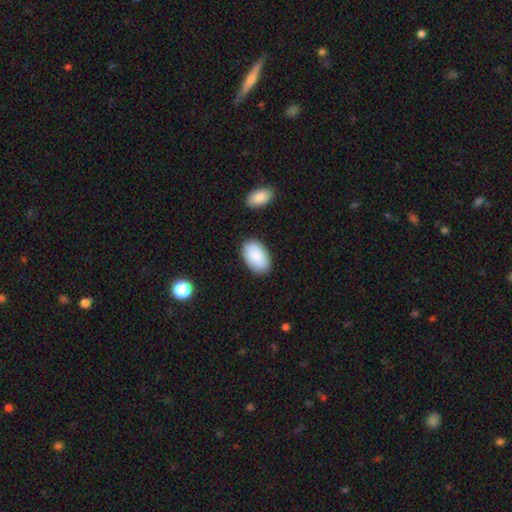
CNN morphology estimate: This appears to be a smooth galaxy with no disk features (88%) that is in between round and cigar-shaped (94%). Merging: none (83%).